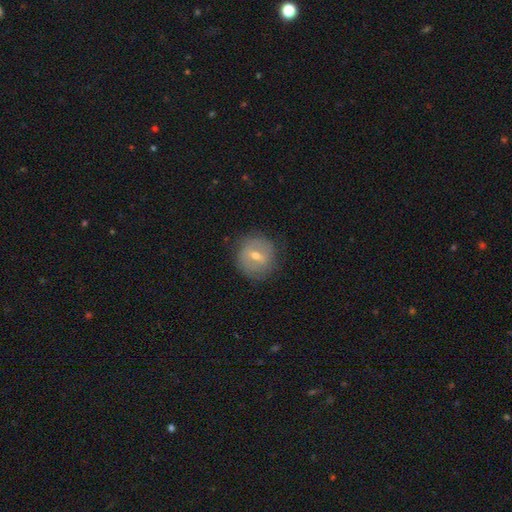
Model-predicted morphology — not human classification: This is possibly a featured or disk galaxy (53%). It is clearly not viewed edge-on (92%). Merging: clearly none (84%).